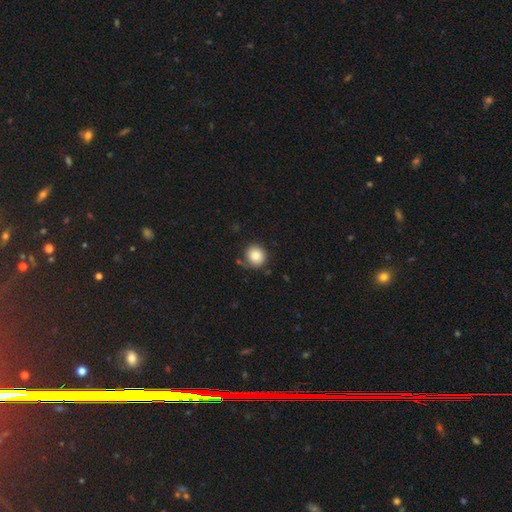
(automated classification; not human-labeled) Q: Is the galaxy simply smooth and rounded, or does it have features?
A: smooth — 85%.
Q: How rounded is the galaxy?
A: round — 88%.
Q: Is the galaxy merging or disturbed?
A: none — 80%.